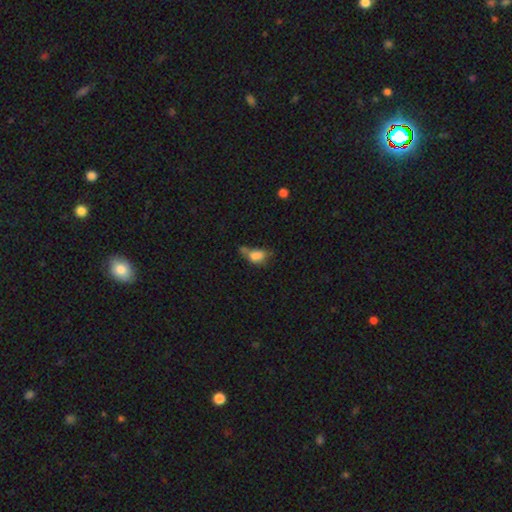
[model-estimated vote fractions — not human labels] Overall: smooth (75%). How rounded: in between (79%). Merging: merger (27%; minor disturbance 26%).